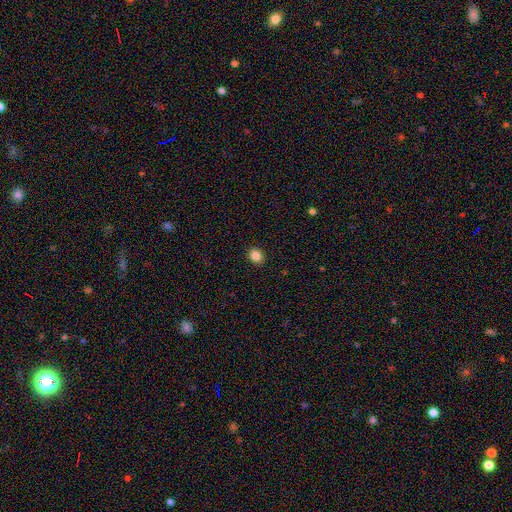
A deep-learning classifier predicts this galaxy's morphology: smooth-or-featured: smooth: 86% | star or artifact: 10% | featured or disk: 3%
  how-rounded: round: 56% | in between: 43% | cigar-shaped: 1%
  merging: none: 91% | minor disturbance: 6% | major disturbance: 2% | merger: 1%